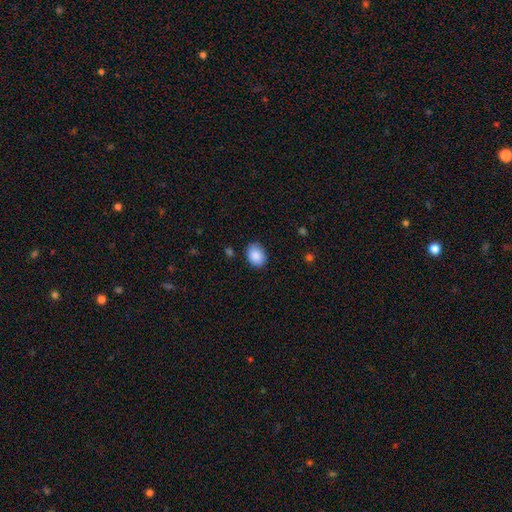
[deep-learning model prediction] The model was most divided on "how rounded": in between: 63%, round: 36%, cigar-shaped: 1%. More confident: smooth or featured — smooth (88%); merging — none (80%).